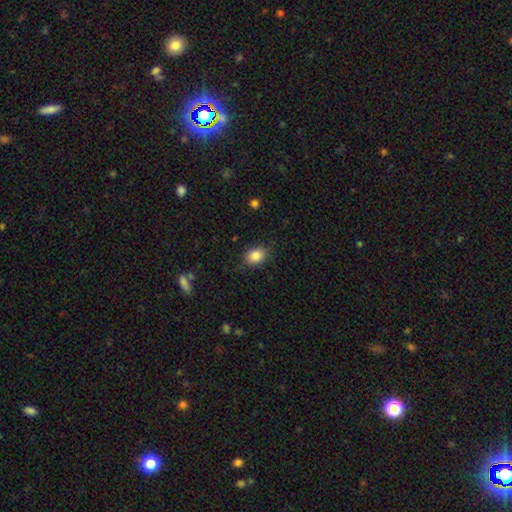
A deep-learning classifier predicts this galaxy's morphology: Smooth or featured? smooth (85%)
How rounded? in between (66%)
Merging? none (81%)